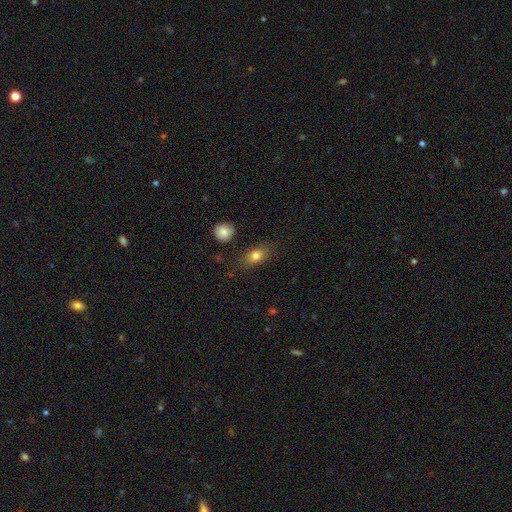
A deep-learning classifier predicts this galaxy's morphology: A smooth galaxy with no disk features (80%) that is in between round and cigar-shaped (77%).

Vote fractions:
- Smooth or featured? smooth: 80% / featured or disk: 11% / star or artifact: 9%
- How rounded? in between: 77% / round: 18% / cigar-shaped: 5%
- Merging? none: 79% / minor disturbance: 15% / major disturbance: 4% / merger: 2%